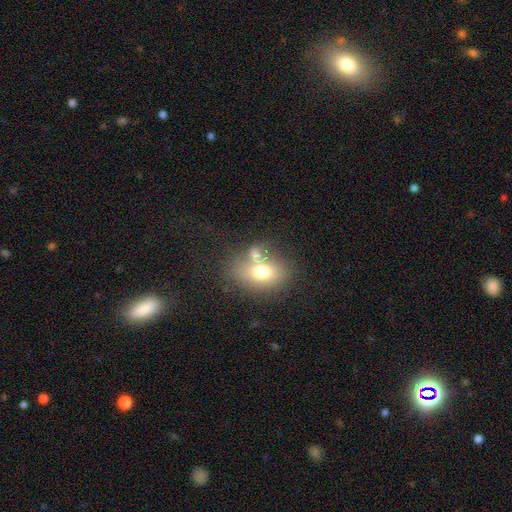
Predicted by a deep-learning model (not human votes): Smooth or featured? Predicted: smooth (p=0.67). How rounded? Predicted: in between (p=0.71). Merging? Predicted: none (p=0.44).